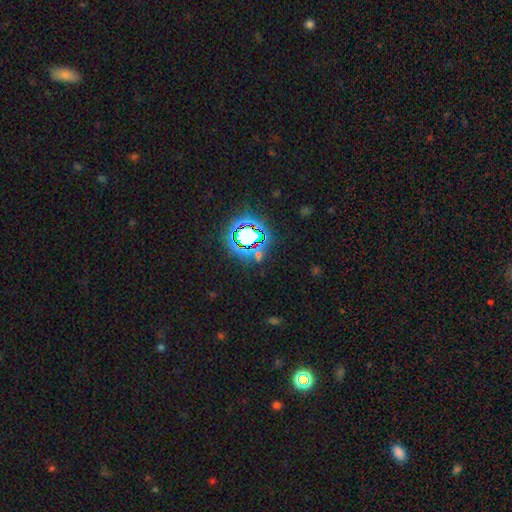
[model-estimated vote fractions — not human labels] smooth_or_featured: star or artifact (p=0.79) [alt: smooth p=0.13]